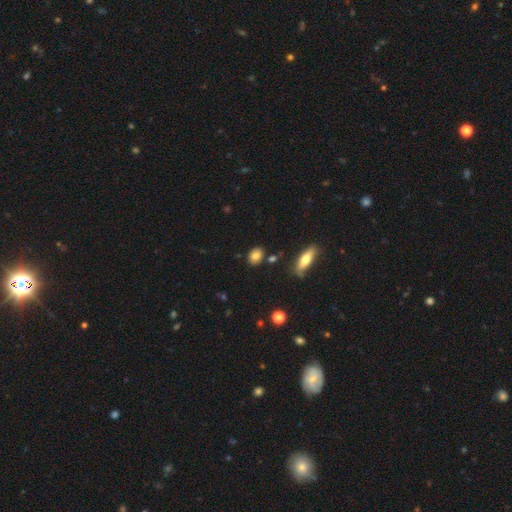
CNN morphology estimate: type=smooth (82%); roundness=in between (60%); merging=none (83%).